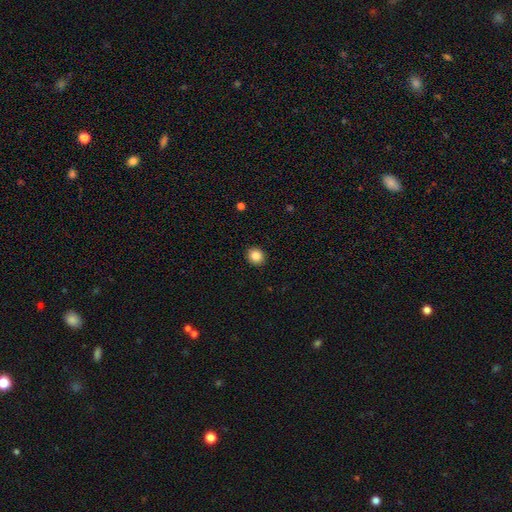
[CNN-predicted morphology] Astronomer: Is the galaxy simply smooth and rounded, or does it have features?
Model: smooth — 84%.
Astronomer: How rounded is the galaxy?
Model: round — 86%.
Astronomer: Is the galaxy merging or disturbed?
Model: none — 93%.